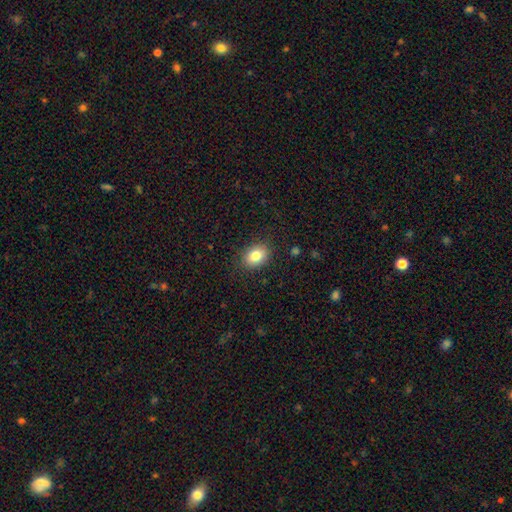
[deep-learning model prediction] Q: Smooth or featured?
A: smooth (83%); runner-up: star or artifact (9%)
Q: How rounded?
A: in between (70%); runner-up: round (29%)
Q: Merging?
A: none (87%); runner-up: minor disturbance (10%)